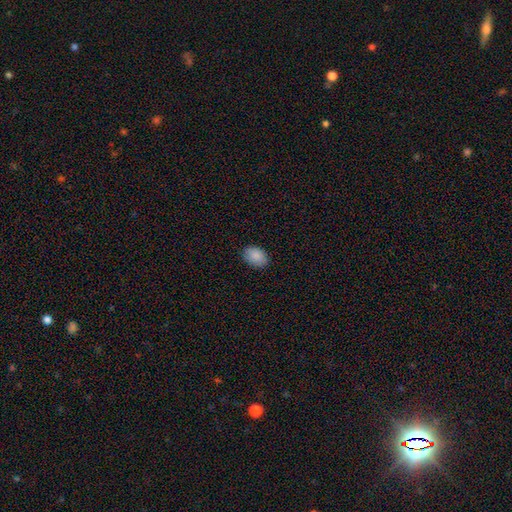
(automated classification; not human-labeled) The model was most divided on "how rounded": in between: 77%, round: 22%, cigar-shaped: 1%. More confident: smooth or featured — smooth (89%); merging — none (87%).